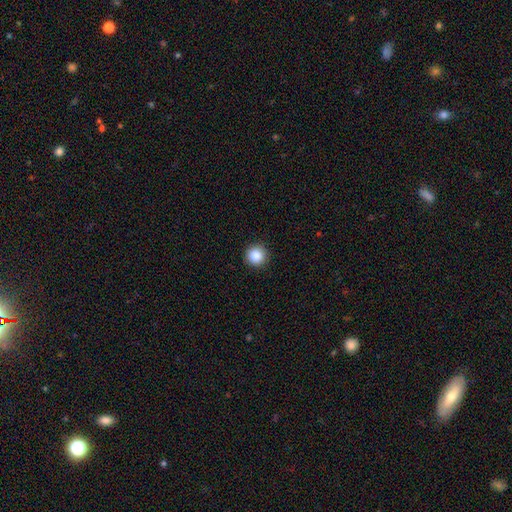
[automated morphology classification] smooth 87%, star or artifact 9%, featured or disk 4%. Down the decision tree: how rounded — round (96%); merging — none (92%).